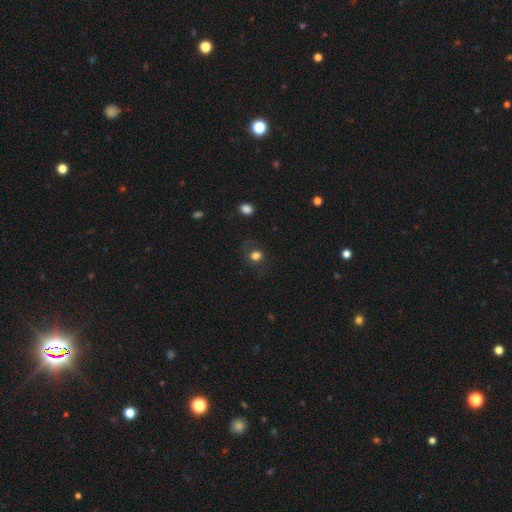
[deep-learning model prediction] smooth-or-featured: smooth: 76% | star or artifact: 14% | featured or disk: 10%
  how-rounded: round: 72% | in between: 27% | cigar-shaped: 1%
  merging: none: 65% | minor disturbance: 18% | major disturbance: 15% | merger: 2%